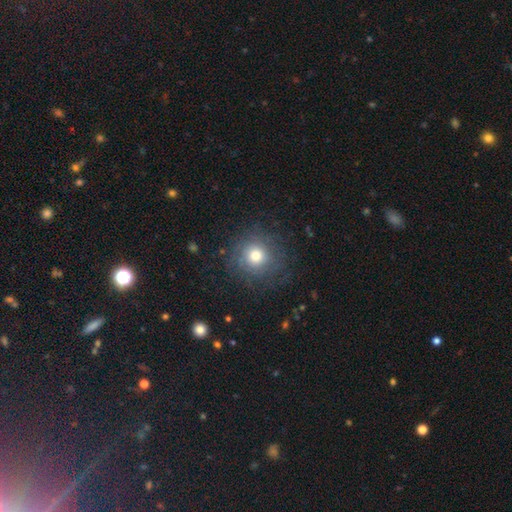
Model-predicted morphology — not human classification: Smooth or featured?
  - smooth: 63% *
  - featured or disk: 23%
  - star or artifact: 14%
How rounded?
  - round: 93% *
  - in between: 6%
  - cigar-shaped: 1%
Merging?
  - none: 79% *
  - minor disturbance: 12%
  - major disturbance: 8%
  - merger: 1%